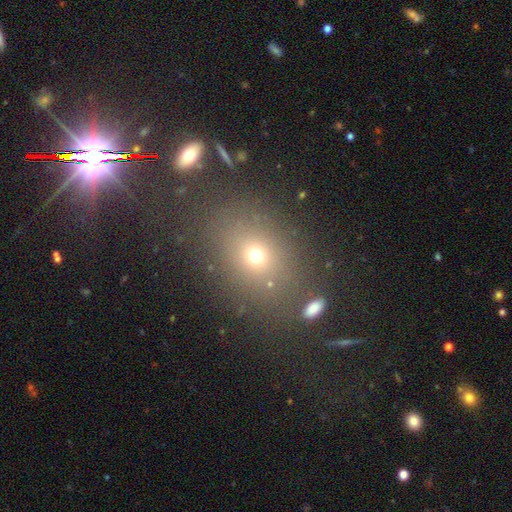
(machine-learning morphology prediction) Smooth or featured: smooth — 66% (star or artifact — 22%)
How rounded: in between — 50% (round — 48%)
Merging: none — 77% (minor disturbance — 11%)